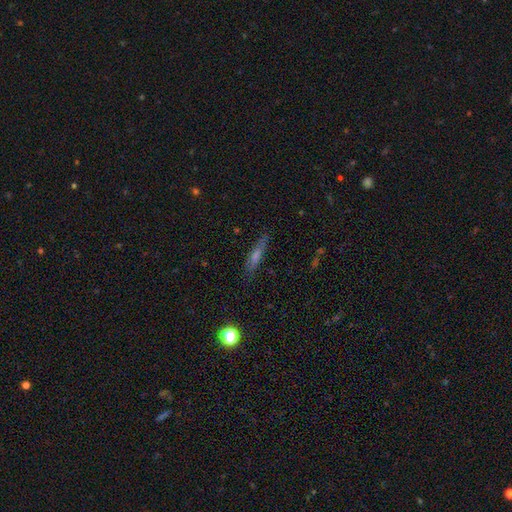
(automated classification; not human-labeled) Smooth or featured? featured or disk (46%)
Merging? none (84%)